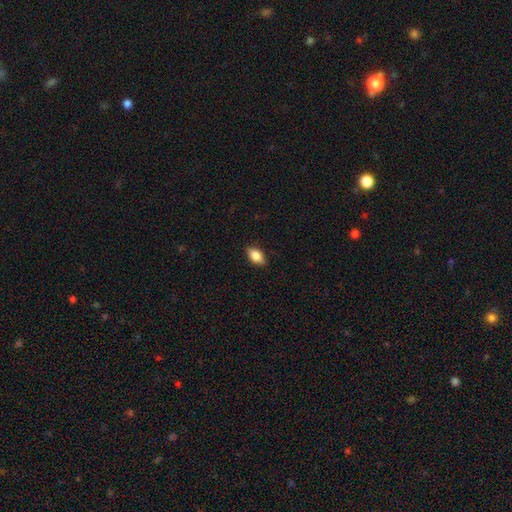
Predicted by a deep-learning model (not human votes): Smooth or featured?
  - smooth: 83% *
  - featured or disk: 9%
  - star or artifact: 7%
How rounded?
  - in between: 89% *
  - round: 6%
  - cigar-shaped: 5%
Merging?
  - none: 87% *
  - minor disturbance: 10%
  - major disturbance: 2%
  - merger: 1%